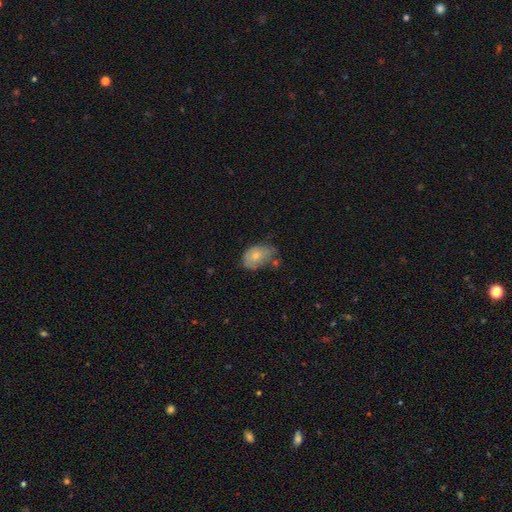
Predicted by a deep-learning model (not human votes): Smooth or featured? Predicted: smooth (p=0.67). How rounded? Predicted: in between (p=0.81). Merging? Predicted: minor disturbance (p=0.40).